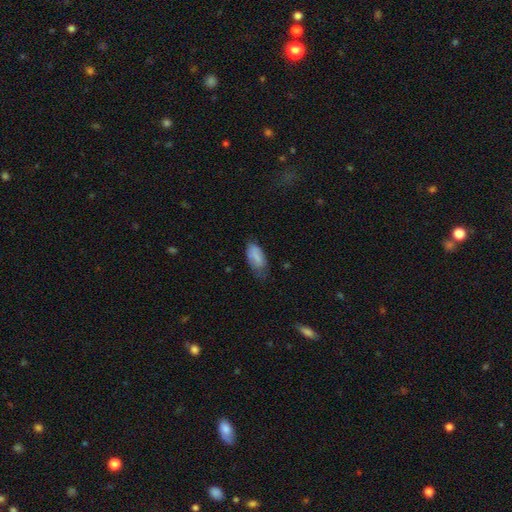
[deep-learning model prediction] Smooth or featured? Predicted: smooth (p=0.80). How rounded? Predicted: in between (p=0.90). Merging? Predicted: none (p=0.51).